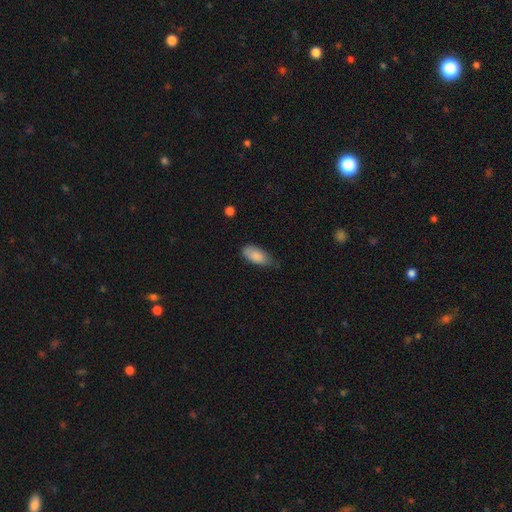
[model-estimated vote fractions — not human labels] Smooth or featured?
  - smooth: 87% *
  - featured or disk: 7%
  - star or artifact: 6%
How rounded?
  - in between: 88% *
  - cigar-shaped: 10%
  - round: 2%
Merging?
  - none: 55% *
  - minor disturbance: 38%
  - major disturbance: 6%
  - merger: 2%